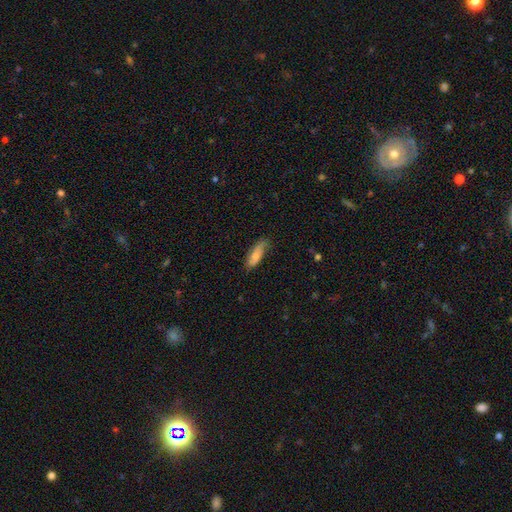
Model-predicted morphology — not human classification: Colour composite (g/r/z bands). It shows a smooth galaxy with no disk features (75%) that is in between round and cigar-shaped (57%). Merging: none (60%).